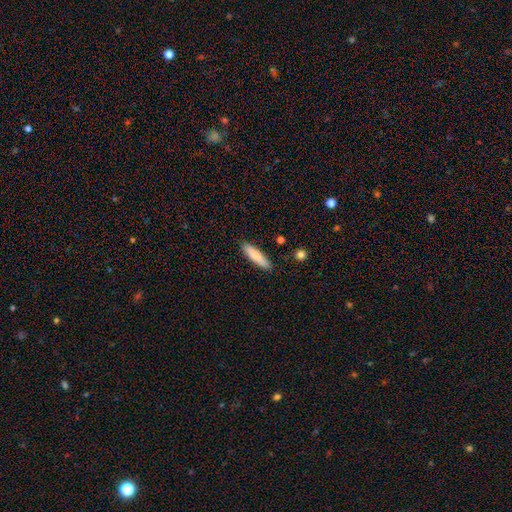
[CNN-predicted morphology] A smooth galaxy with no disk features (81%) that is cigar-shaped (77%).

Vote fractions:
- Smooth or featured? smooth: 81% / featured or disk: 13% / star or artifact: 6%
- How rounded? cigar-shaped: 77% / in between: 22% / round: 1%
- Merging? none: 89% / minor disturbance: 8% / major disturbance: 2% / merger: 2%